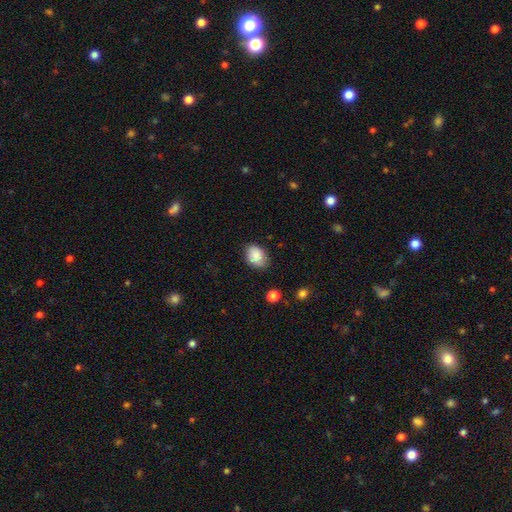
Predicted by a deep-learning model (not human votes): The model was most divided on "how rounded": in between: 70%, round: 29%, cigar-shaped: 1%. More confident: smooth or featured — smooth (85%); merging — none (73%).